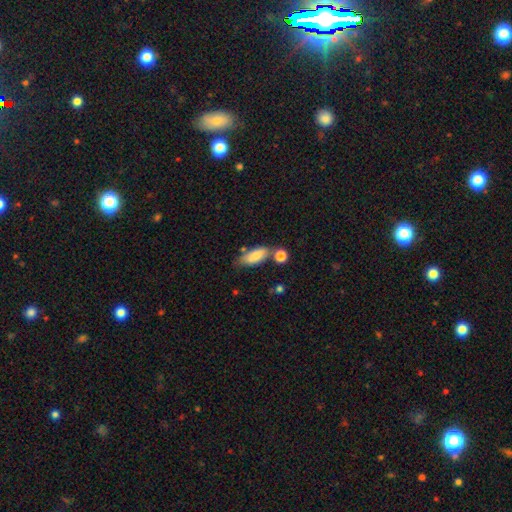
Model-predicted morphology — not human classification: A smooth galaxy with no disk features (79%) that is in between round and cigar-shaped (75%). Merging: none (57%).